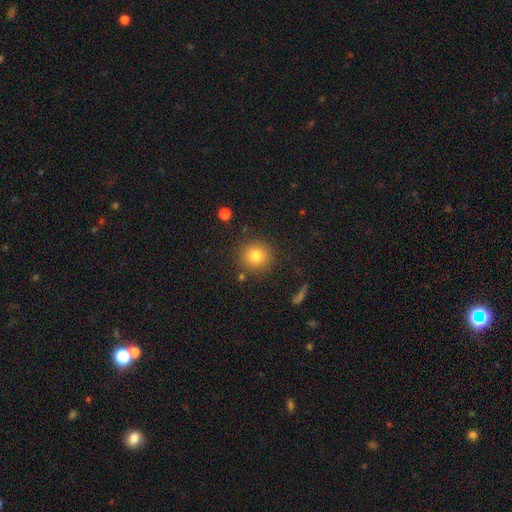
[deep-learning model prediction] Overall: smooth (80%). How rounded: round (92%). Merging: none (87%).